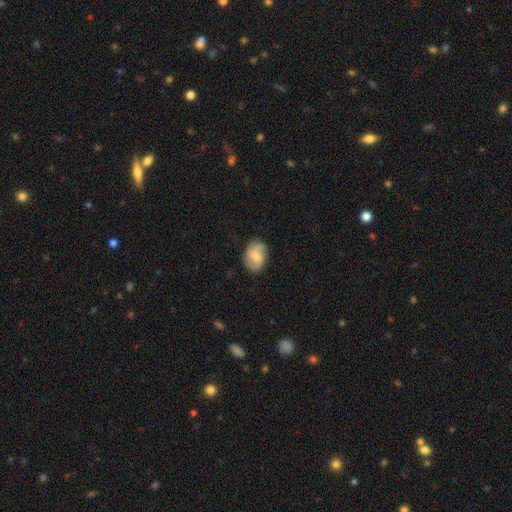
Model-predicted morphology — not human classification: smooth 64%, featured or disk 29%, star or artifact 7%. Down the decision tree: how rounded — in between (78%); merging — none (78%).